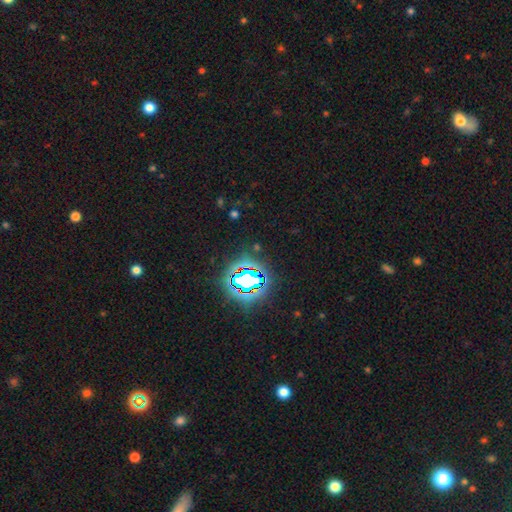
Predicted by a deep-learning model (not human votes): Smooth or featured? star or artifact (83%)